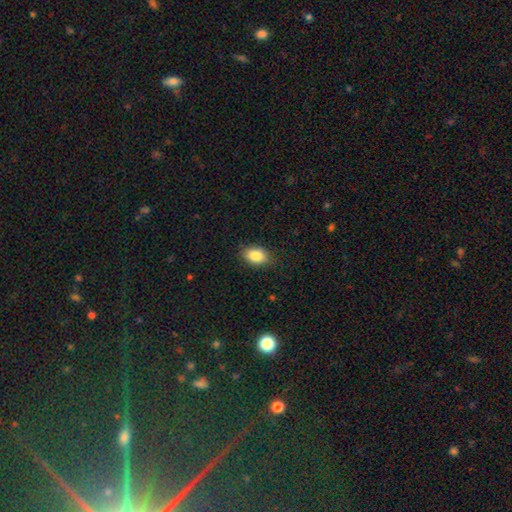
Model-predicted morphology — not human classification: A smooth galaxy with no disk features (86%) that is in between round and cigar-shaped (84%).

Vote fractions:
- Smooth or featured? smooth: 86% / star or artifact: 8% / featured or disk: 6%
- How rounded? in between: 84% / round: 15% / cigar-shaped: 1%
- Merging? none: 85% / minor disturbance: 11% / major disturbance: 2% / merger: 1%